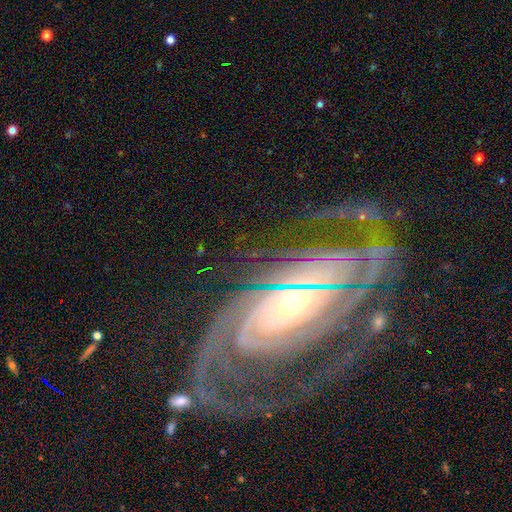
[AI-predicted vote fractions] Overall: featured or disk (91%). Edge-on disk: no (95%). Bar: no (45%; weak 29%). Spiral arms: yes (98%). Spiral arm count: 2 (37%; 3 19%). Spiral winding: tight (69%). Bulge size: moderate (53%; small 34%). Merging: none (68%).